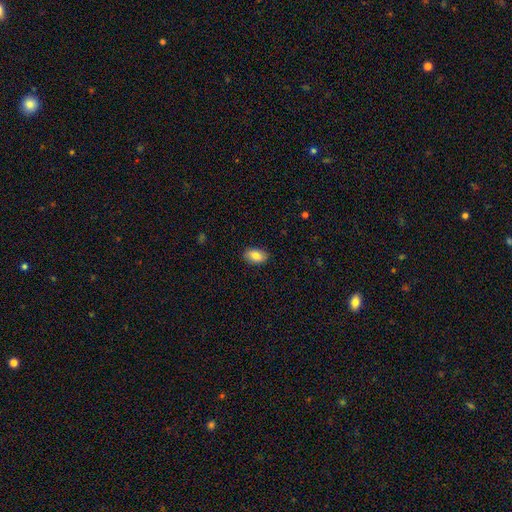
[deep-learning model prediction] smooth-or-featured: smooth: 81% | featured or disk: 12% | star or artifact: 7%
  how-rounded: in between: 91% | round: 7% | cigar-shaped: 2%
  merging: none: 87% | minor disturbance: 10% | major disturbance: 2% | merger: 1%